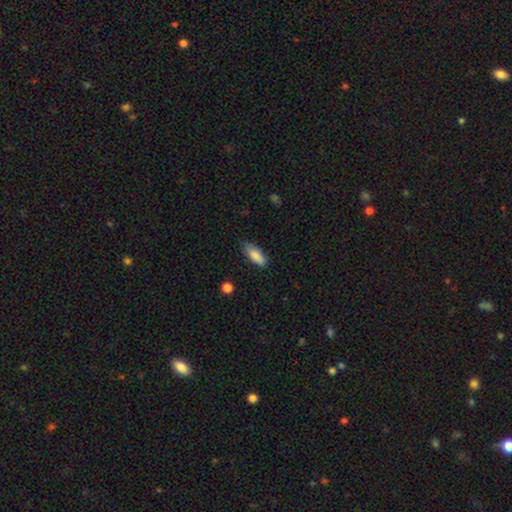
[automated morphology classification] A smooth galaxy with no disk features (85%) that is in between round and cigar-shaped (72%).

Vote fractions:
- Smooth or featured? smooth: 85% / featured or disk: 8% / star or artifact: 6%
- How rounded? in between: 72% / cigar-shaped: 27% / round: 2%
- Merging? none: 71% / minor disturbance: 24% / major disturbance: 4% / merger: 1%